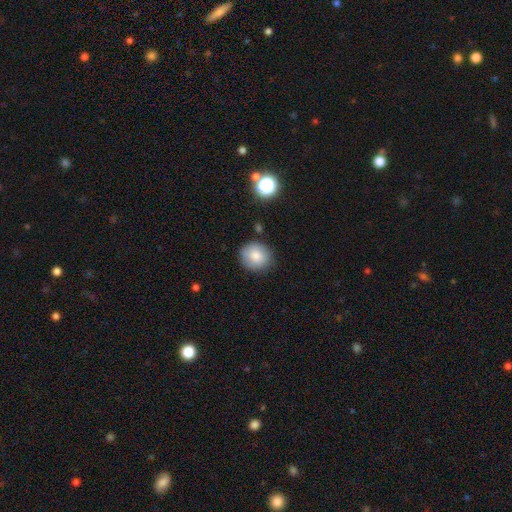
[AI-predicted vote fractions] A smooth galaxy with no disk features (82%) that is round (84%).

Vote fractions:
- Smooth or featured? smooth: 82% / star or artifact: 9% / featured or disk: 9%
- How rounded? round: 84% / in between: 15% / cigar-shaped: 1%
- Merging? none: 82% / minor disturbance: 12% / major disturbance: 3% / merger: 3%